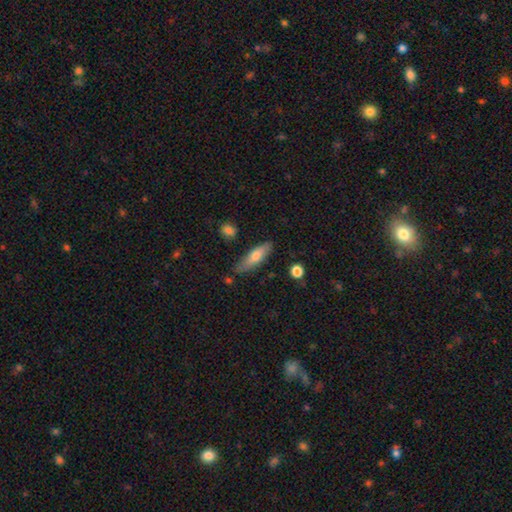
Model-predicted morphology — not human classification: Smooth or featured? Predicted: smooth (p=0.67). How rounded? Predicted: cigar-shaped (p=0.59). Merging? Predicted: none (p=0.78).